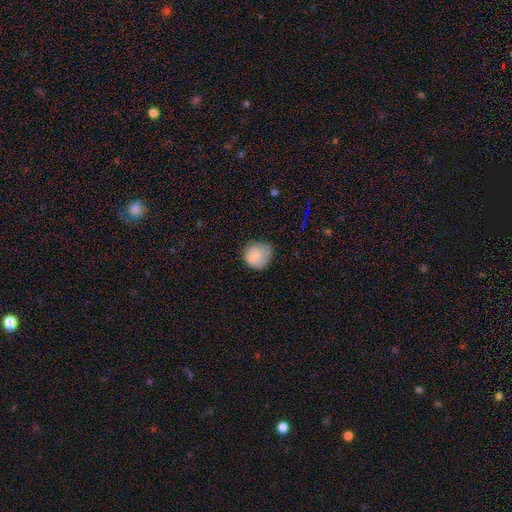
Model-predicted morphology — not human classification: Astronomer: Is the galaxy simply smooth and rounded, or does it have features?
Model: smooth — 82%.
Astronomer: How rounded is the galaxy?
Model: round — 85%.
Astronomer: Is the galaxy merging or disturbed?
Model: none — 66%.